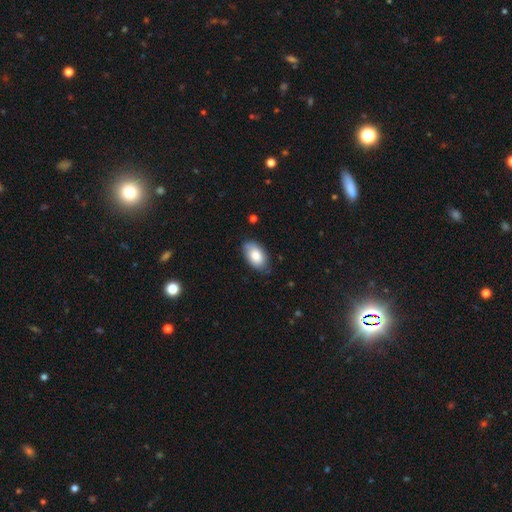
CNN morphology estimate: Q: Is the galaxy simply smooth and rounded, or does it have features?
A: smooth — 82%.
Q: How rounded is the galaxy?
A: in between — 94%.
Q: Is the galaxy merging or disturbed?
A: none — 78%.